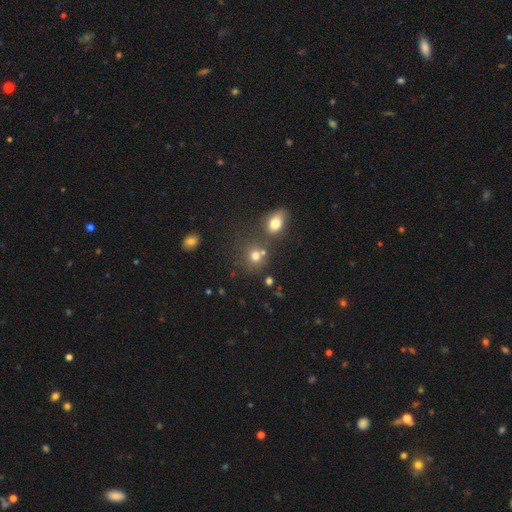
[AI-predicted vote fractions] Smooth or featured?
  - smooth: 73% *
  - star or artifact: 17%
  - featured or disk: 10%
How rounded?
  - round: 79% *
  - in between: 20%
  - cigar-shaped: 1%
Merging?
  - none: 59% *
  - merger: 25%
  - minor disturbance: 11%
  - major disturbance: 5%